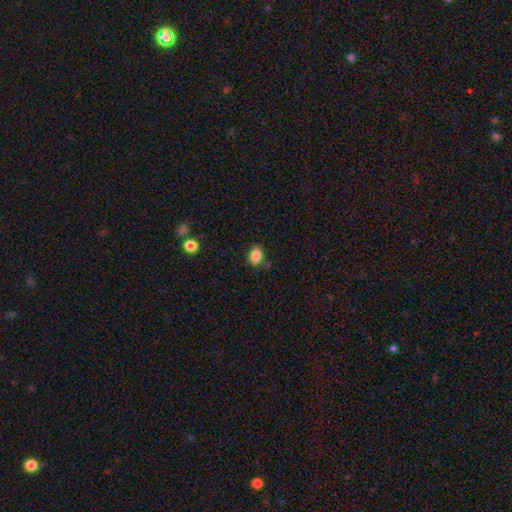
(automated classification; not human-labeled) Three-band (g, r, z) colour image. It shows a smooth galaxy with no disk features (86%) that is in between round and cigar-shaped (75%). Merging: none (77%).